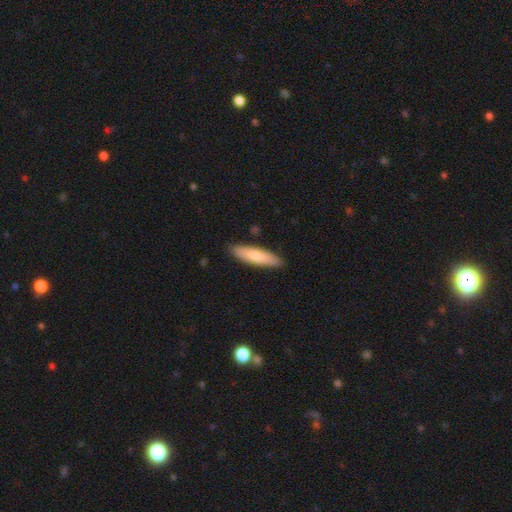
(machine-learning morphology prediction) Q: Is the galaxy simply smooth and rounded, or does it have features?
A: smooth — 76%.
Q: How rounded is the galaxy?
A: cigar-shaped — 69%.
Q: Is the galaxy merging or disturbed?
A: none — 88%.